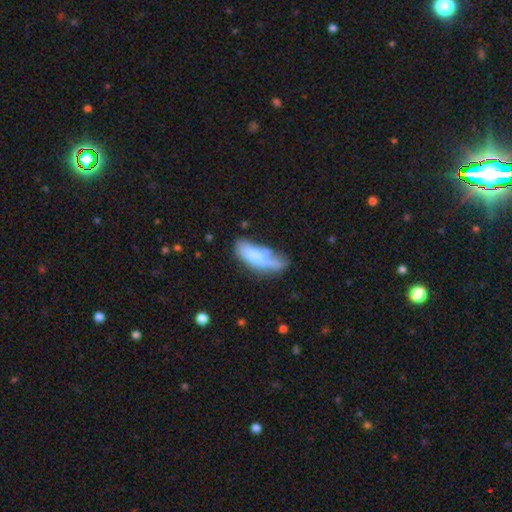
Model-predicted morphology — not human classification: This is likely a smooth galaxy (61%). How rounded: likely in between (76%). Merging: marginally none (30%).